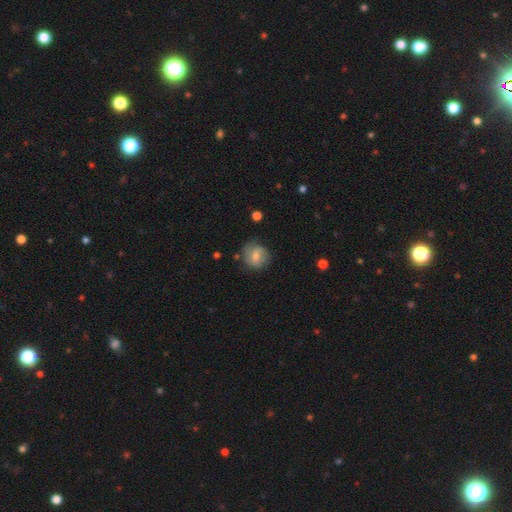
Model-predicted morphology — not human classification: This appears to be a smooth galaxy with no disk features (58%) that is round (75%). Merging: none (63%).